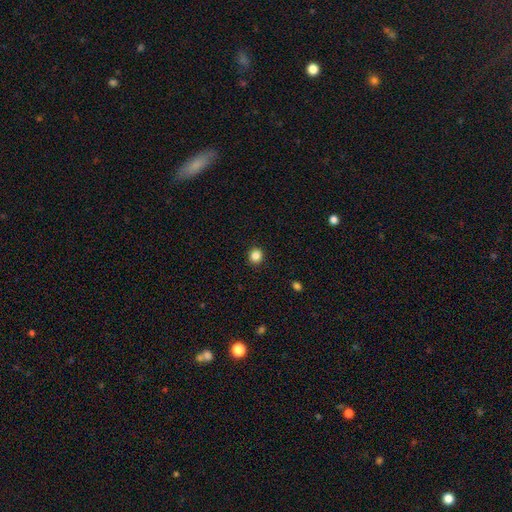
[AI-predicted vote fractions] Smooth or featured: smooth — 85% (star or artifact — 11%)
How rounded: round — 86% (in between — 13%)
Merging: none — 92% (minor disturbance — 5%)